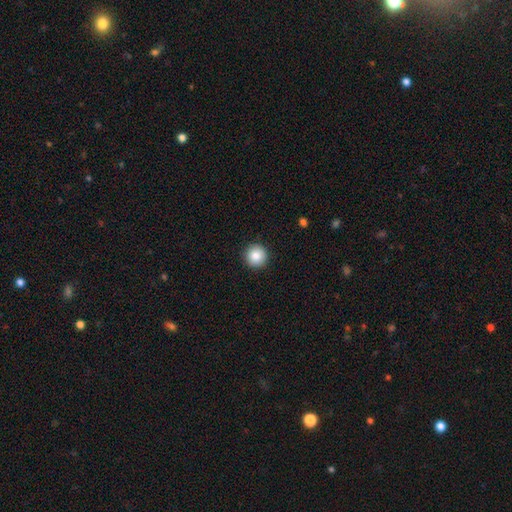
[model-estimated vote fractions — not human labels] A smooth galaxy with no disk features (85%) that is round (96%). Merging: none (93%).